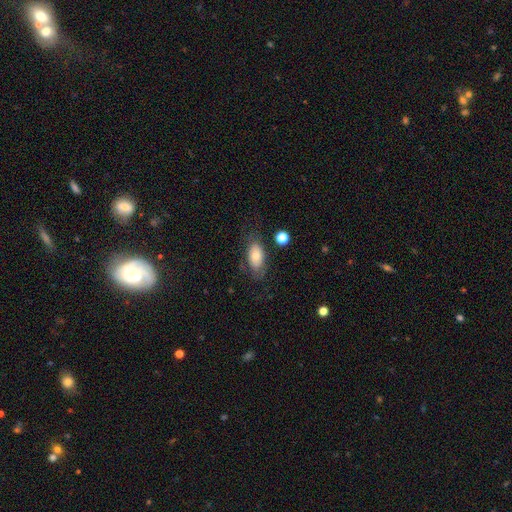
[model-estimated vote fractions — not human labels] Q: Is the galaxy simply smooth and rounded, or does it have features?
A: smooth — 69%.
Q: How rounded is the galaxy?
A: in between — 90%.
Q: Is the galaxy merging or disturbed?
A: none — 66%.